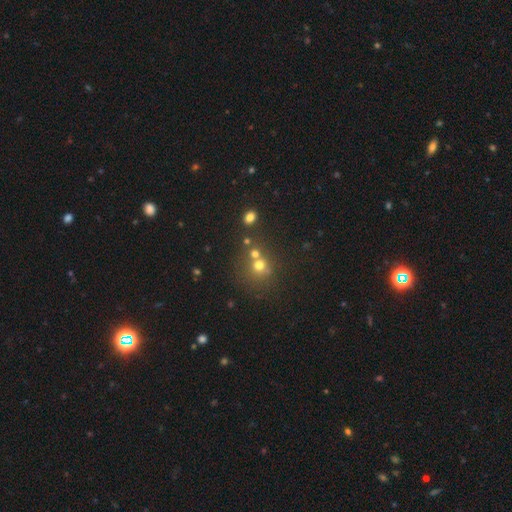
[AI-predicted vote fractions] This is possibly a smooth galaxy (55%). How rounded: clearly round (84%). Merging: possibly none (54%).